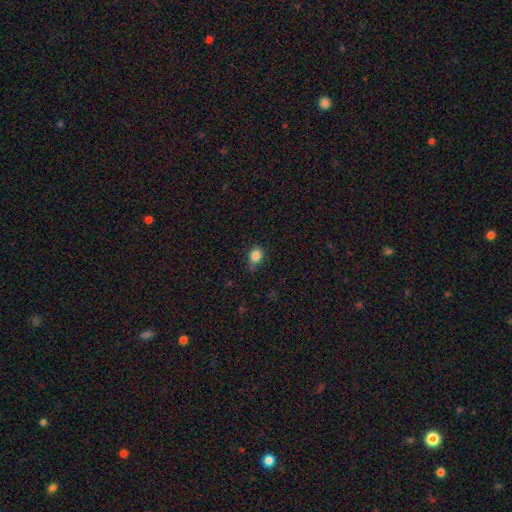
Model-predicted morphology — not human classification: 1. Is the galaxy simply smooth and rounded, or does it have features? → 84% smooth, 11% star or artifact, 5% featured or disk.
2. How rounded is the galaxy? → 52% round, 47% in between, 1% cigar-shaped.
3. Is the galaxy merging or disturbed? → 66% none, 27% minor disturbance, 5% major disturbance, 2% merger.